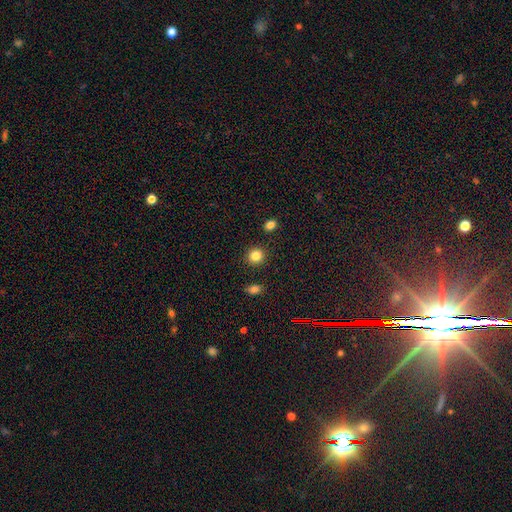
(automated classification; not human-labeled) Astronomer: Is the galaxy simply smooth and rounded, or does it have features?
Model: smooth — 85%.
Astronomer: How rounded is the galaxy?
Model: round — 88%.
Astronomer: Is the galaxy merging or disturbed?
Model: none — 90%.